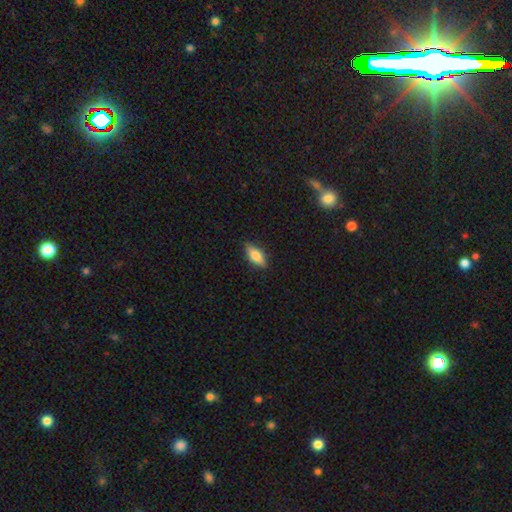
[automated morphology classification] Smooth or featured: smooth — 70% (featured or disk — 23%)
How rounded: in between — 70% (cigar-shaped — 27%)
Merging: none — 85% (minor disturbance — 12%)